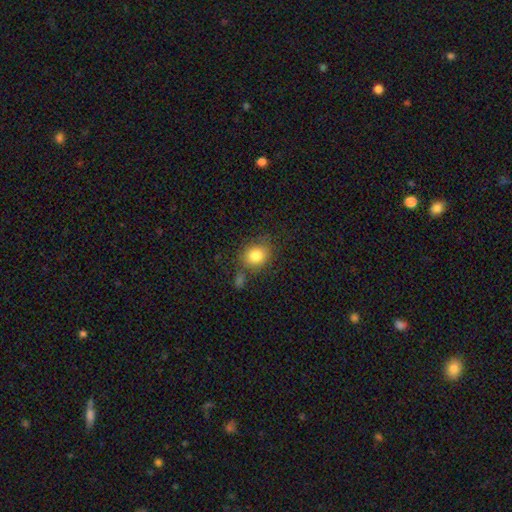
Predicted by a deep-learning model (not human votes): A smooth galaxy with no disk features (83%) that is round (63%). Merging: none (71%).